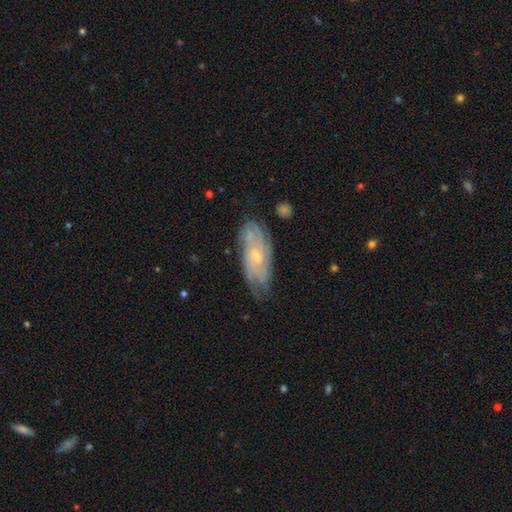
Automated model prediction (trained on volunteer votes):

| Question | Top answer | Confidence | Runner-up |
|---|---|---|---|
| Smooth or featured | featured or disk | 73% | smooth (20%) |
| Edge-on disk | no | 90% | yes (10%) |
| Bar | no | 66% | weak (29%) |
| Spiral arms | yes | 88% | no (12%) |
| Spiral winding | tight | 61% | medium (30%) |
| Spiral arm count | can't tell | 51% | 2 (17%) |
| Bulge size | small | 59% | moderate (36%) |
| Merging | none | 66% | minor disturbance (25%) |